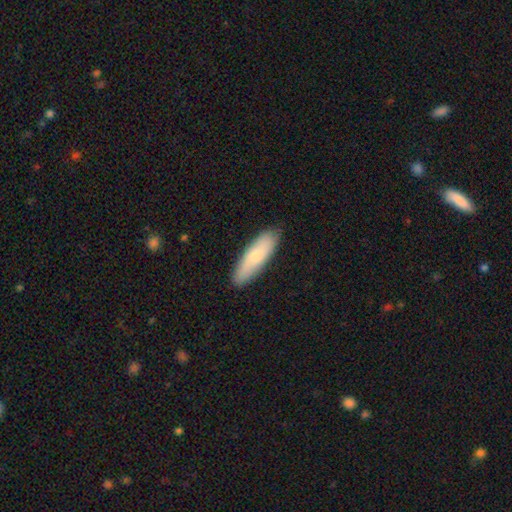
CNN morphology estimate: Smooth or featured? smooth (76%)
How rounded? cigar-shaped (54%)
Merging? none (86%)